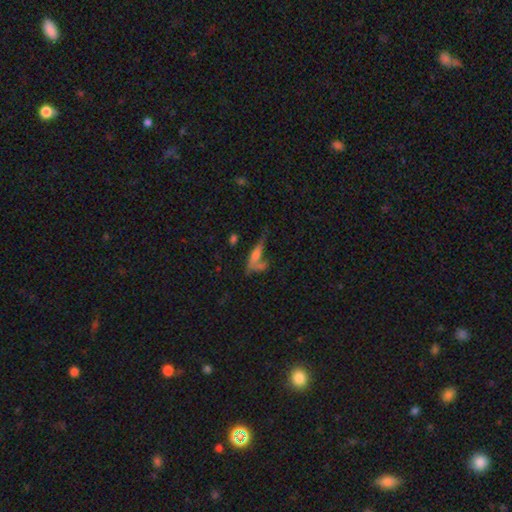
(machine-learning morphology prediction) A smooth galaxy with no disk features (60%) that is cigar-shaped (61%). Merging: none (36%, tied with merger).